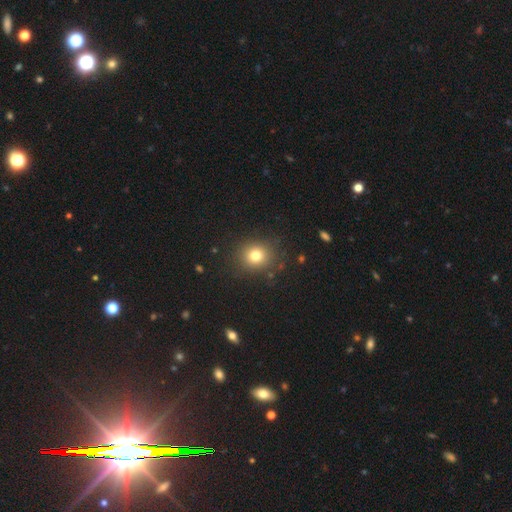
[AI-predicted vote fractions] Morphology: type=smooth (78%); roundness=round (81%); merging=none (87%).